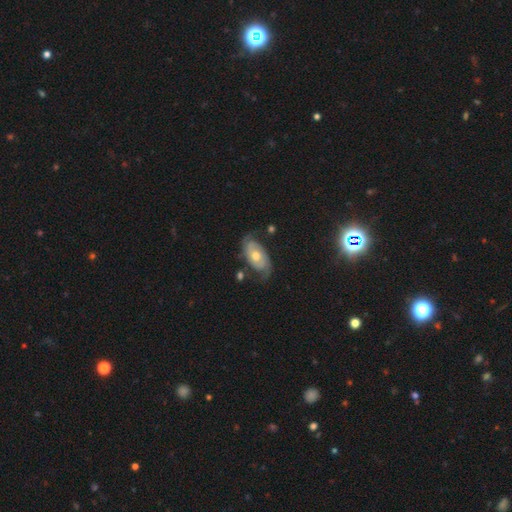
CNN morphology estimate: Q: Smooth or featured?
A: featured or disk (73%); runner-up: smooth (20%)
Q: Edge-on disk?
A: no (95%); runner-up: yes (5%)
Q: Bar?
A: no (76%); runner-up: weak (20%)
Q: Spiral arms?
A: yes (89%); runner-up: no (11%)
Q: Spiral winding?
A: tight (45%); runner-up: medium (35%)
Q: Spiral arm count?
A: 2 (81%); runner-up: can't tell (11%)
Q: Bulge size?
A: moderate (70%); runner-up: small (24%)
Q: Merging?
A: none (67%); runner-up: minor disturbance (20%)